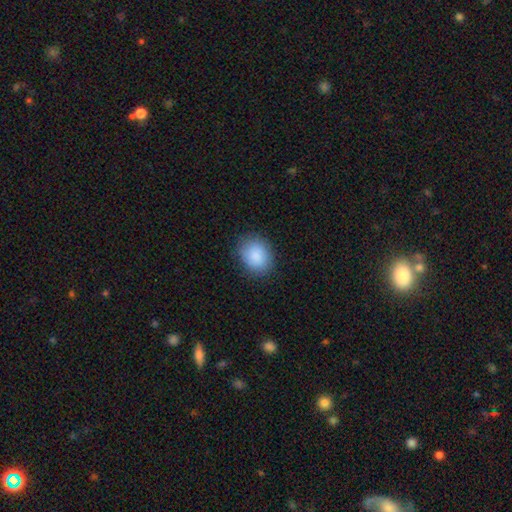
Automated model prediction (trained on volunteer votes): Smooth or featured? Predicted: smooth (p=0.88). How rounded? Predicted: round (p=0.56). Merging? Predicted: none (p=0.85).